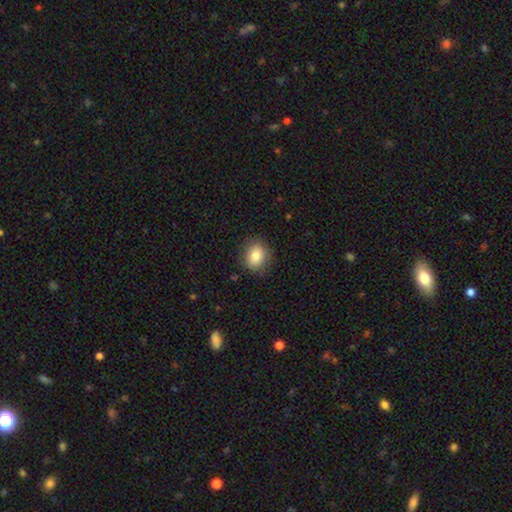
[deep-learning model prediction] Overall: smooth (81%). How rounded: round (56%; in between 43%). Merging: none (85%).